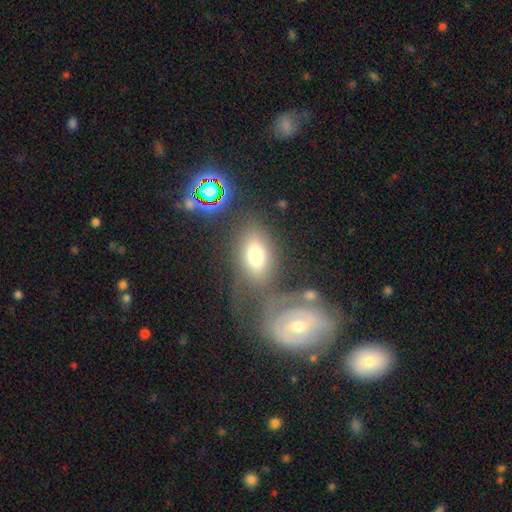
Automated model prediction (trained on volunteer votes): Morphology: type=smooth (65%); roundness=in between (83%); merging=none (55%).